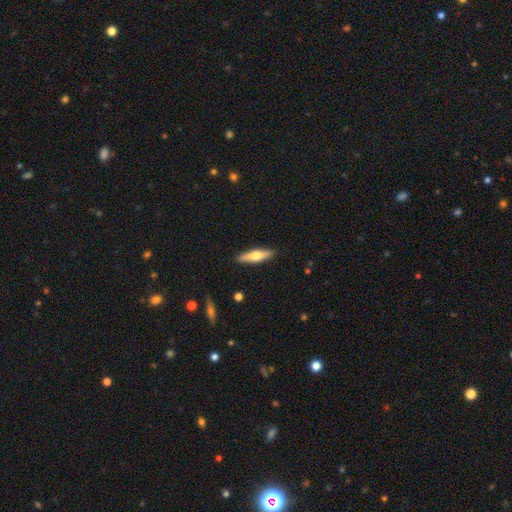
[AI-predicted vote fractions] smooth 53%, featured or disk 41%, star or artifact 5%. Down the decision tree: how rounded — cigar-shaped (72%); merging — none (90%).